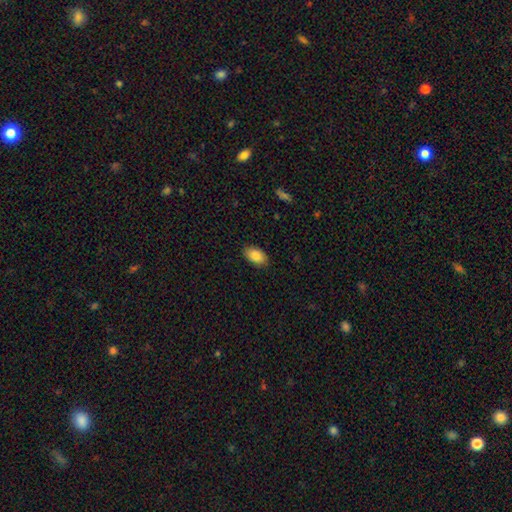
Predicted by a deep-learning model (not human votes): This is clearly a smooth galaxy (85%). How rounded: clearly in between (94%). Merging: clearly none (88%).